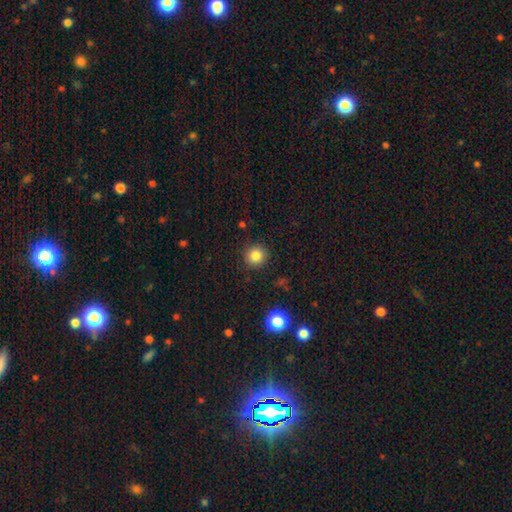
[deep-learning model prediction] A smooth galaxy with no disk features (84%) that is round (94%). Merging: none (90%).